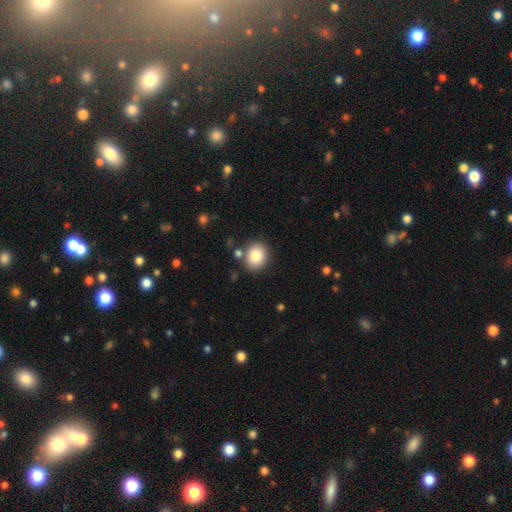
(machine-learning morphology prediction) This appears to be a smooth galaxy with no disk features (84%) that is round (57%). Merging: none (80%).